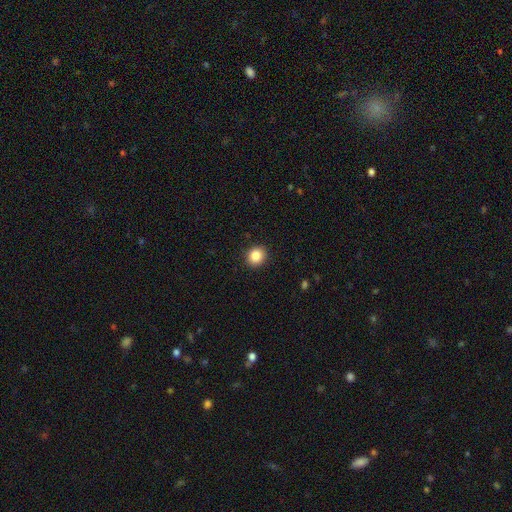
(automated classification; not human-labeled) A smooth galaxy with no disk features (85%) that is round (82%).

Vote fractions:
- Smooth or featured? smooth: 85% / star or artifact: 9% / featured or disk: 5%
- How rounded? round: 82% / in between: 17% / cigar-shaped: 1%
- Merging? none: 92% / minor disturbance: 5% / major disturbance: 2% / merger: 1%